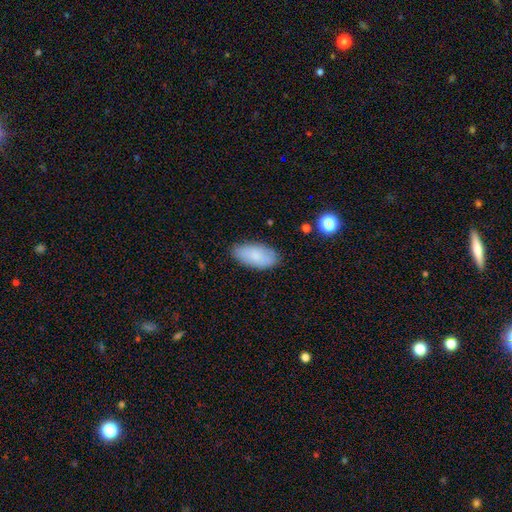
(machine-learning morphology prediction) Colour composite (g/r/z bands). It shows a smooth galaxy with no disk features (82%) that is in between round and cigar-shaped (93%). Merging: none (84%).